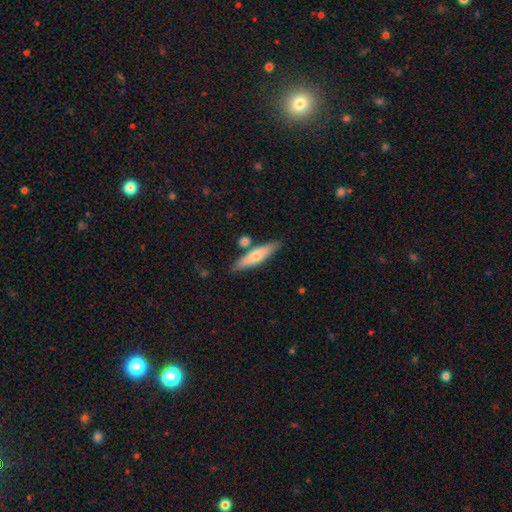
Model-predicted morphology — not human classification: Smooth or featured: smooth — 59% (featured or disk — 35%)
How rounded: cigar-shaped — 77% (in between — 20%)
Merging: none — 77% (minor disturbance — 11%)